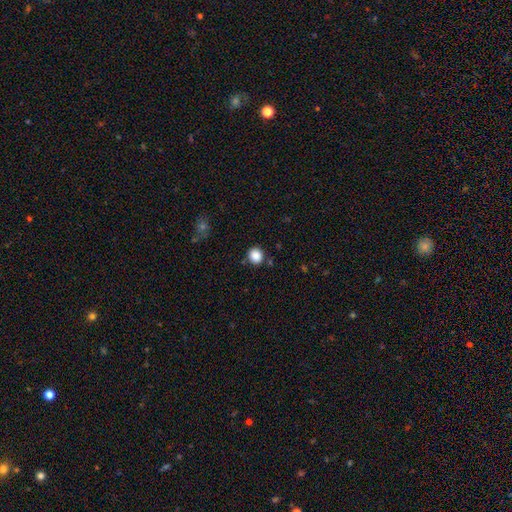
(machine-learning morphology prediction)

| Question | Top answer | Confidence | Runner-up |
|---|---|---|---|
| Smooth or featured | smooth | 87% | star or artifact (10%) |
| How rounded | round | 82% | in between (17%) |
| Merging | none | 85% | minor disturbance (9%) |